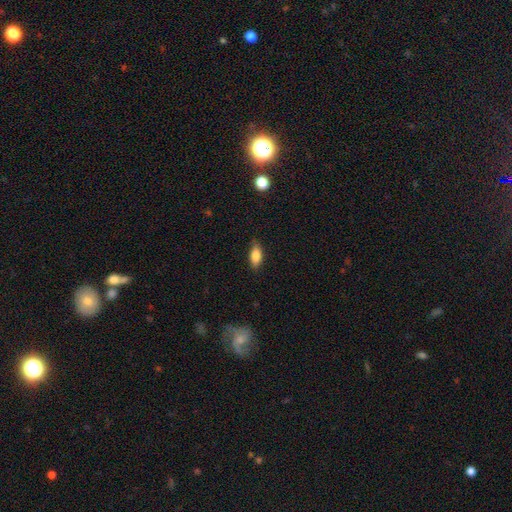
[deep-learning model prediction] Morphology: type=smooth (82%); roundness=in between (84%); merging=none (79%).